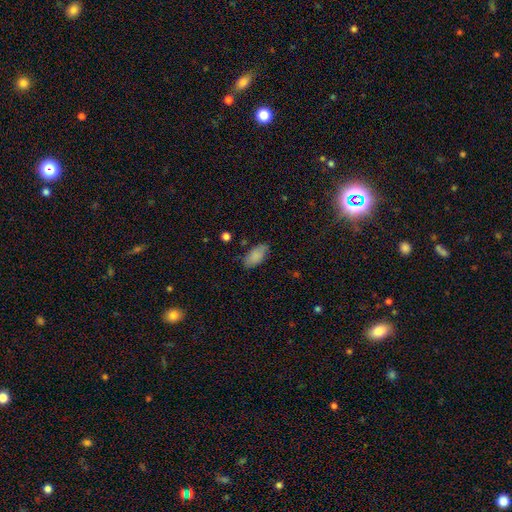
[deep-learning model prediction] Smooth or featured? smooth (86%)
How rounded? in between (92%)
Merging? none (77%)